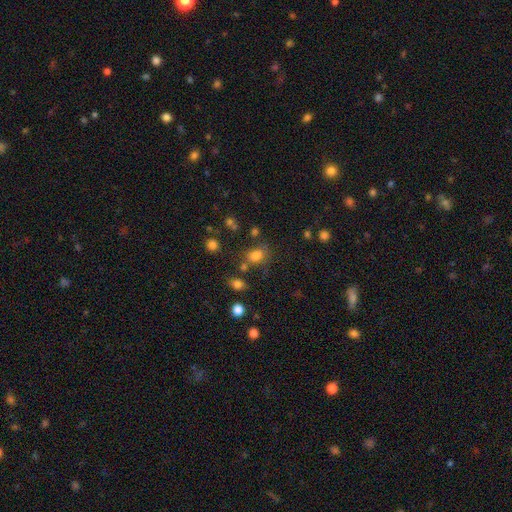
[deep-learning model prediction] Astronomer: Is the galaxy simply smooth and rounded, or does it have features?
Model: smooth — 77%.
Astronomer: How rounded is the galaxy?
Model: in between — 68%.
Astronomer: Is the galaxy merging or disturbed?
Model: none — 61%.